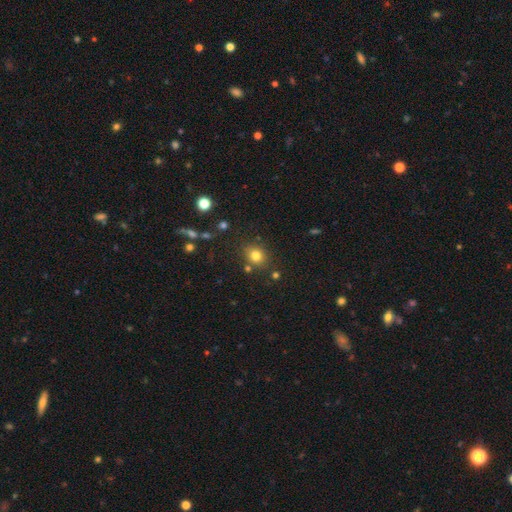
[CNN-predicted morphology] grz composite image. It shows a smooth galaxy with no disk features (79%) that is round (67%). Merging: none (79%).